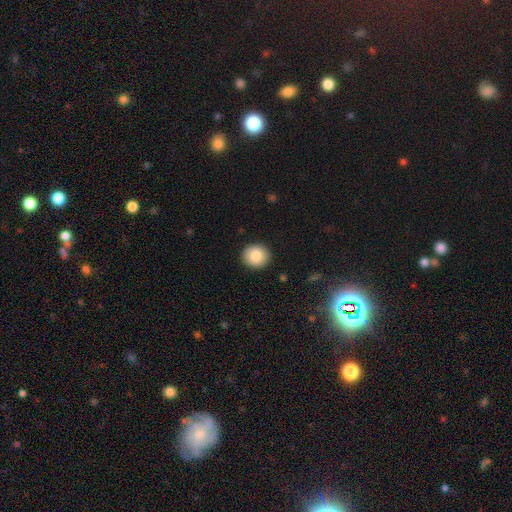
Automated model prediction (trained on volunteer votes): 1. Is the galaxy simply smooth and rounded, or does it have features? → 86% smooth, 8% star or artifact, 7% featured or disk.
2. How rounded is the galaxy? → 83% round, 16% in between, 1% cigar-shaped.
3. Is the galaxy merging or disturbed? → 92% none, 6% minor disturbance, 2% major disturbance, 1% merger.